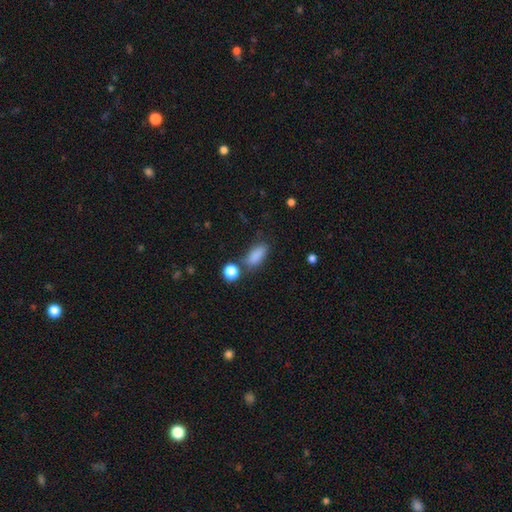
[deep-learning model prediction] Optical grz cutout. It shows a smooth galaxy with no disk features (85%) that is in between round and cigar-shaped (81%). Merging: none (67%).